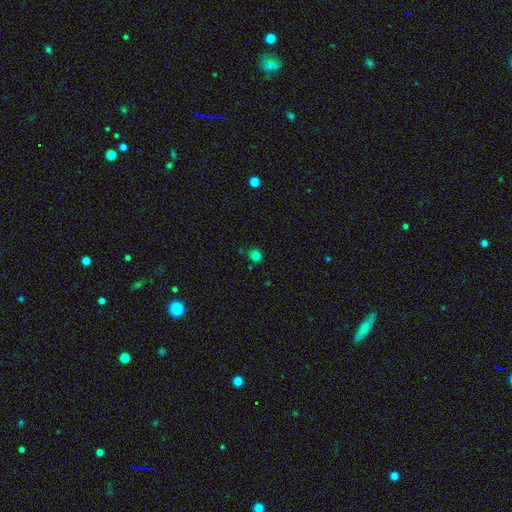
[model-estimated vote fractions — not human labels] The model was most divided on "smooth or featured": smooth: 80%, star or artifact: 16%, featured or disk: 4%. More confident: how rounded — round (88%); merging — none (82%).